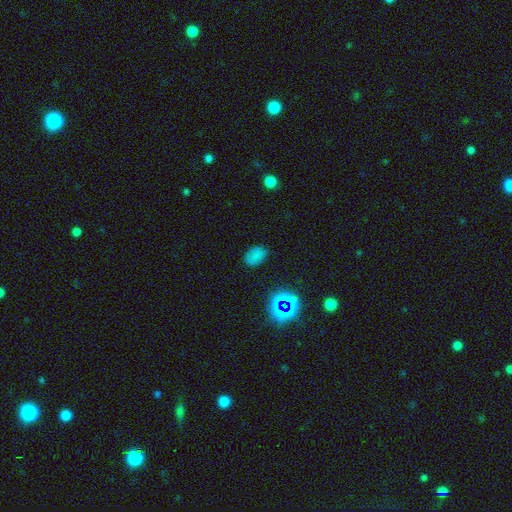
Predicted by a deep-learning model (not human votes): The model was most divided on "smooth or featured": smooth: 70%, star or artifact: 24%, featured or disk: 7%. More confident: how rounded — in between (81%); merging — none (81%).